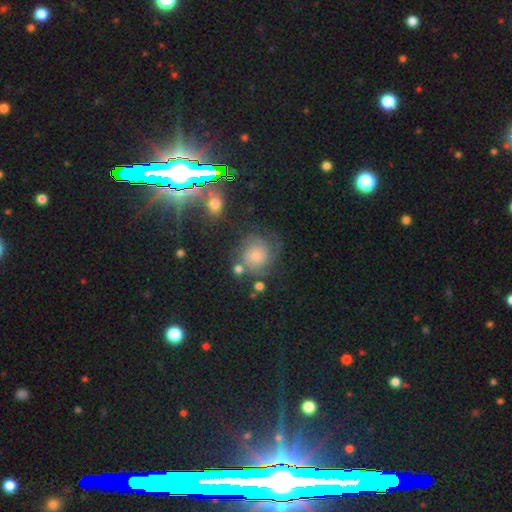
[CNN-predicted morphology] This is possibly a featured or disk galaxy (58%). It is clearly not viewed edge-on (98%). Bar: clearly no (81%). Spiral arm pattern: clearly yes (88%). Central bulge: possibly small (50%). Merging: likely none (62%).